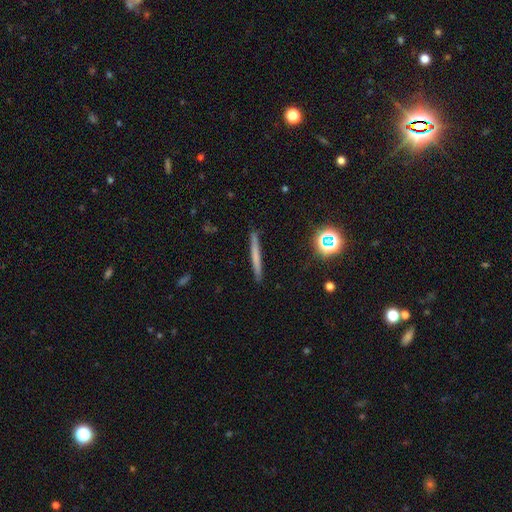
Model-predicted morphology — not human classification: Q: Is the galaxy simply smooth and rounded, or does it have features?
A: smooth — 55%.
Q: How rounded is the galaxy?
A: cigar-shaped — 96%.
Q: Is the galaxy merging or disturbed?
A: none — 90%.